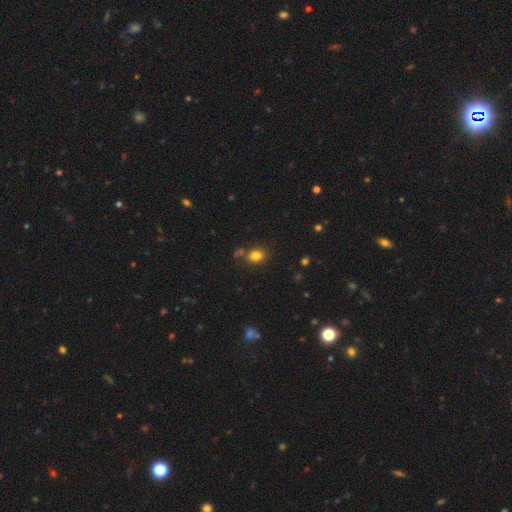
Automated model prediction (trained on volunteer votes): Smooth or featured: smooth — 81% (star or artifact — 13%)
How rounded: in between — 56% (round — 43%)
Merging: none — 75% (minor disturbance — 12%)